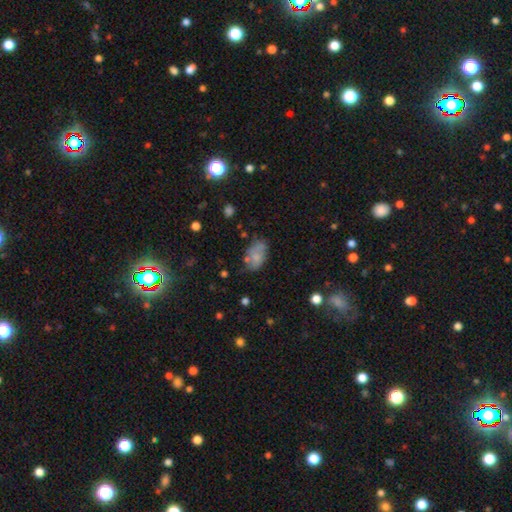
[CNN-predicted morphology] This appears to be a smooth galaxy with no disk features (72%) that is in between round and cigar-shaped (90%). Merging: none (56%).